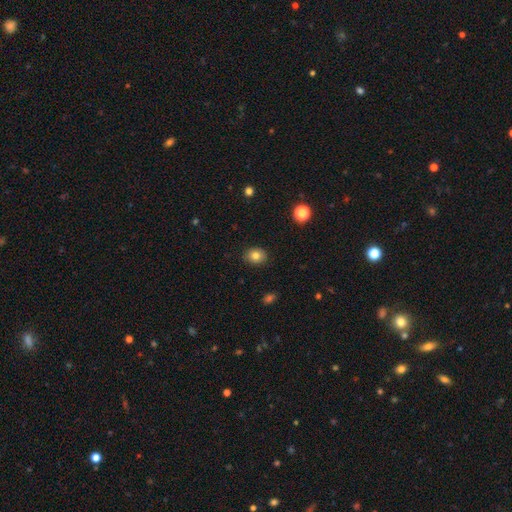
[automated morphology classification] smooth-or-featured: smooth: 80% | star or artifact: 11% | featured or disk: 9%
  how-rounded: round: 54% | in between: 45% | cigar-shaped: 1%
  merging: none: 89% | minor disturbance: 8% | major disturbance: 2% | merger: 1%